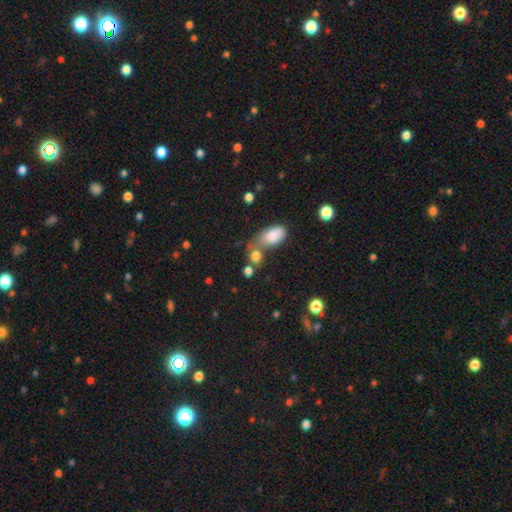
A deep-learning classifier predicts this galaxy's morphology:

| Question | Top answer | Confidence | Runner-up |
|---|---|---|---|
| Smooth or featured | smooth | 80% | star or artifact (12%) |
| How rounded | in between | 56% | round (41%) |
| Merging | none | 43% | merger (39%) |